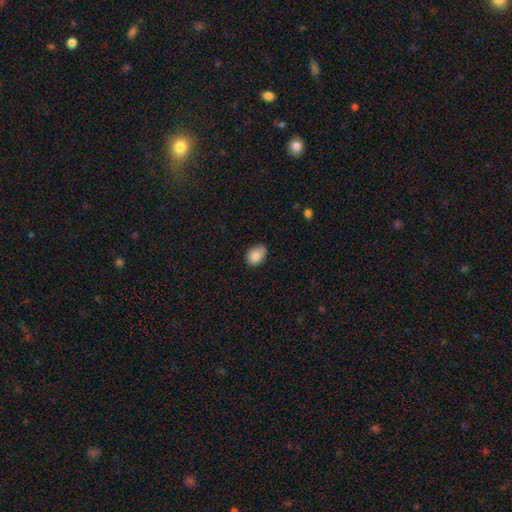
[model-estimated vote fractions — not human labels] smooth_or_featured: smooth (p=0.85) [alt: star or artifact p=0.08]
how_rounded: in between (p=0.66) [alt: round p=0.33]
merging: none (p=0.68) [alt: minor disturbance p=0.26]